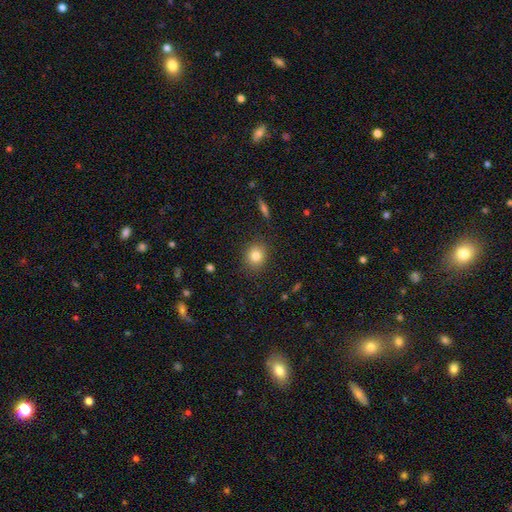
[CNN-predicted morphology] A smooth galaxy with no disk features (82%) that is round (70%).

Vote fractions:
- Smooth or featured? smooth: 82% / star or artifact: 10% / featured or disk: 7%
- How rounded? round: 70% / in between: 29% / cigar-shaped: 1%
- Merging? none: 86% / minor disturbance: 9% / major disturbance: 3% / merger: 1%